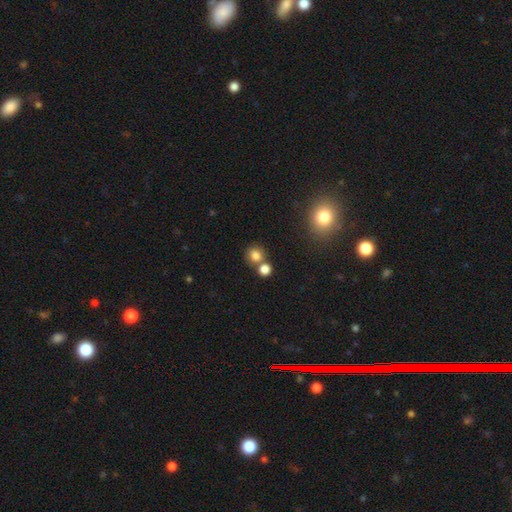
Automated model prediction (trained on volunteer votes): Smooth or featured? smooth (80%)
How rounded? round (84%)
Merging? none (60%)